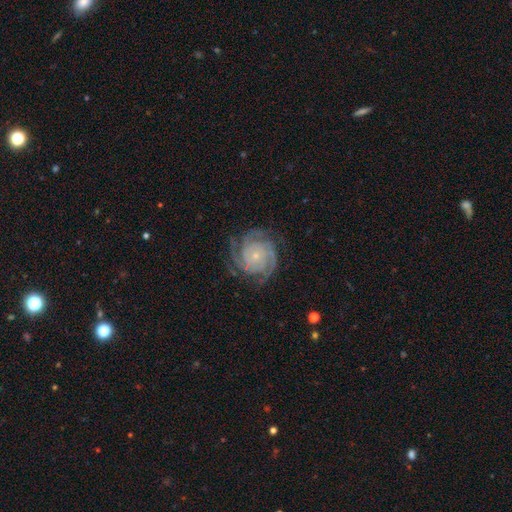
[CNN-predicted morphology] Overall: featured or disk (91%). Edge-on disk: no (98%). Bar: no (80%). Spiral arms: yes (98%). Spiral arm count: 3 (35%; 4 27%). Spiral winding: tight (74%). Bulge size: small (80%). Merging: none (78%).